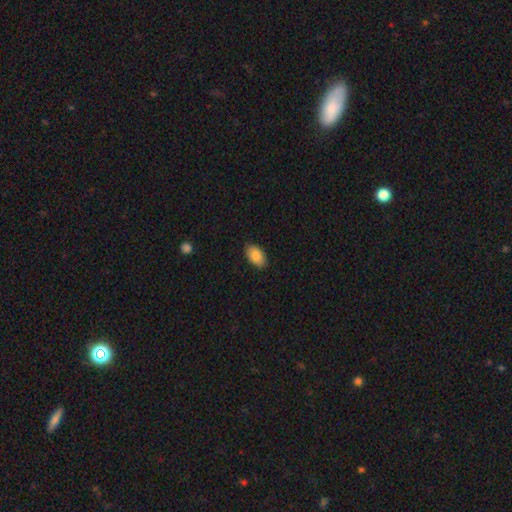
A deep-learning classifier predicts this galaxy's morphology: This appears to be a smooth galaxy with no disk features (86%) that is in between round and cigar-shaped (93%). Merging: none (88%).